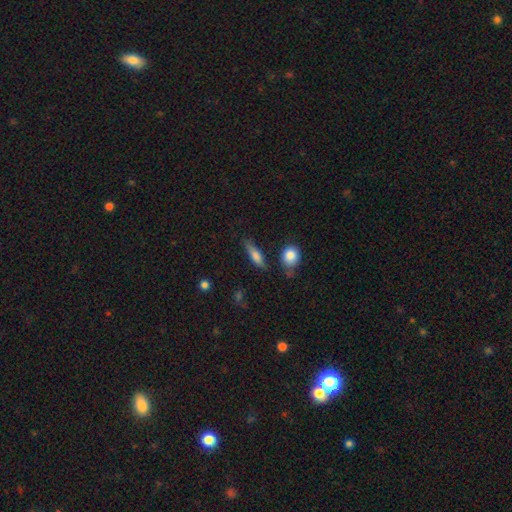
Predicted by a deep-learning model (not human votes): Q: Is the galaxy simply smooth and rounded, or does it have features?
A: smooth — 71%.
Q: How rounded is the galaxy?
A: cigar-shaped — 56%.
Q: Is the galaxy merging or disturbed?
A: none — 71%.